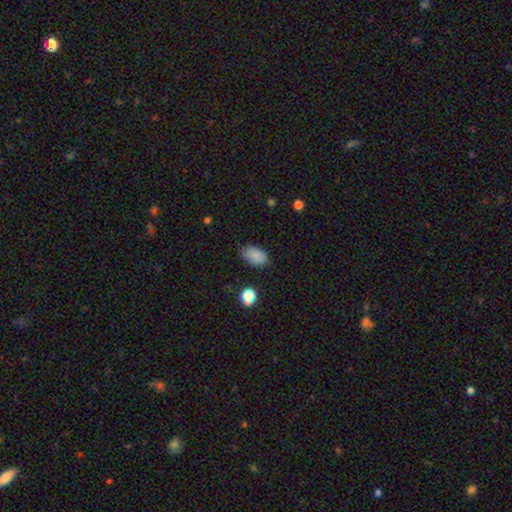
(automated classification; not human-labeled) A smooth galaxy with no disk features (86%) that is in between round and cigar-shaped (90%). Merging: none (78%).